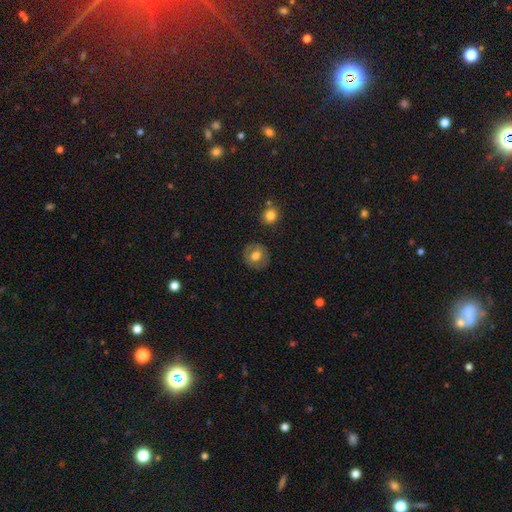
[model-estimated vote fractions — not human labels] This appears to be a smooth galaxy with no disk features (65%) that is round (87%). Merging: none (85%).